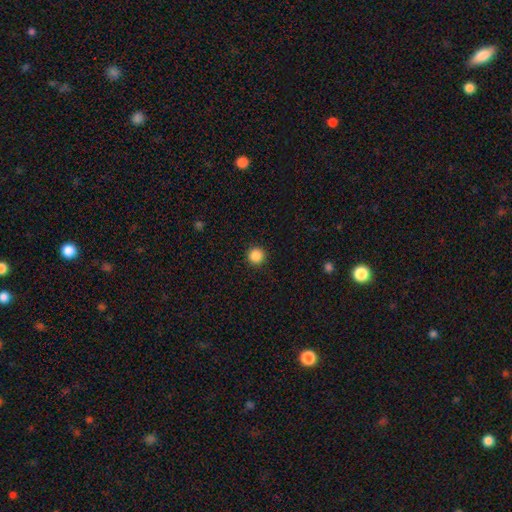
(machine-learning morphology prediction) This is clearly a smooth galaxy (87%). How rounded: clearly round (96%). Merging: clearly none (92%).